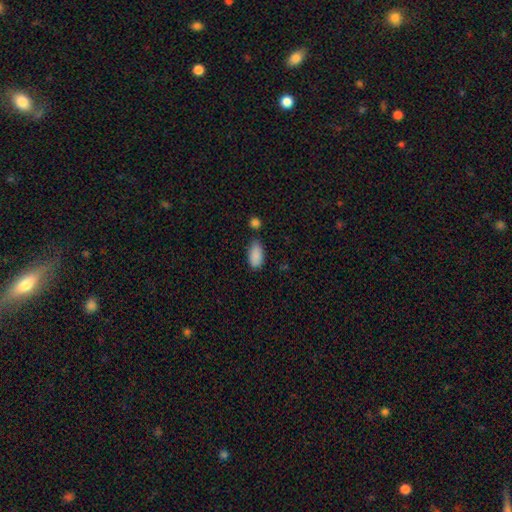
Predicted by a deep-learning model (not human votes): smooth_or_featured: smooth (p=0.88) [alt: star or artifact p=0.07]
how_rounded: in between (p=0.93) [alt: cigar-shaped p=0.04]
merging: none (p=0.66) [alt: minor disturbance p=0.21]